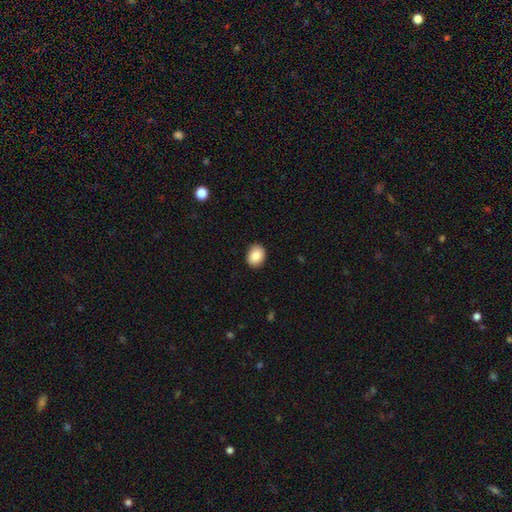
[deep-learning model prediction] Smooth or featured: smooth — 86% (star or artifact — 8%)
How rounded: in between — 54% (round — 45%)
Merging: none — 90% (minor disturbance — 7%)